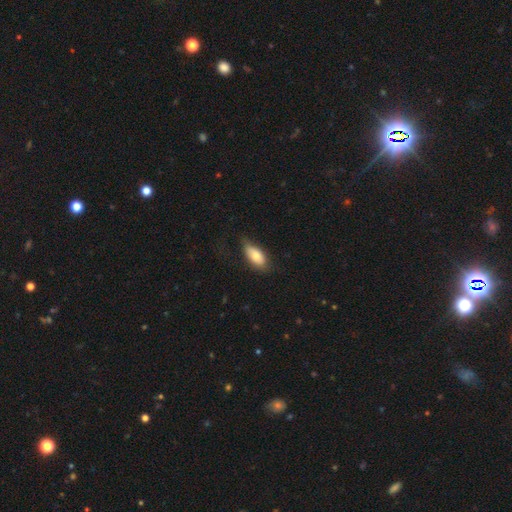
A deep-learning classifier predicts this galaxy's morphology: Overall: smooth (75%). How rounded: in between (87%). Merging: none (69%).